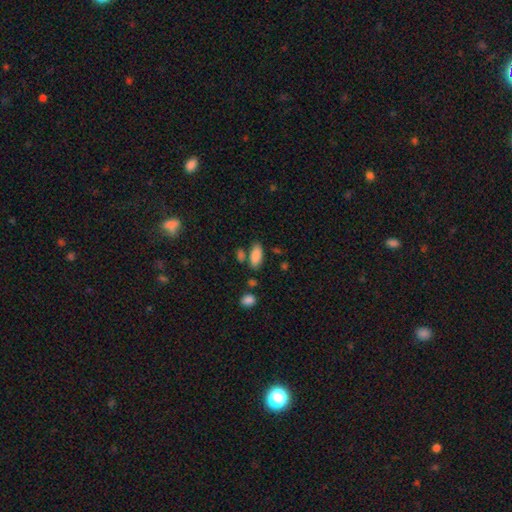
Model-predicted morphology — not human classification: A smooth galaxy with no disk features (87%) that is in between round and cigar-shaped (87%). Merging: none (70%).